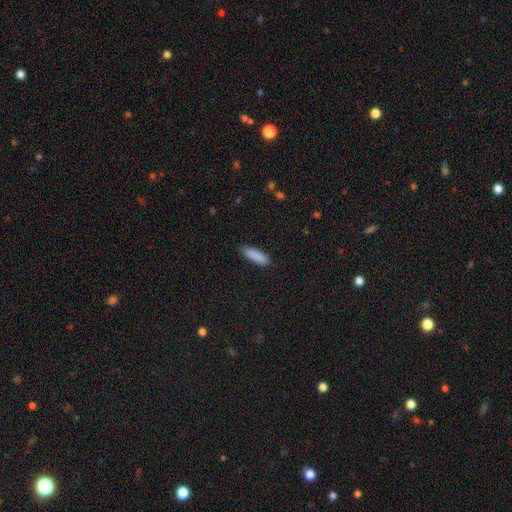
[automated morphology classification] Overall: smooth (88%). How rounded: cigar-shaped (65%; in between 34%). Merging: none (87%).